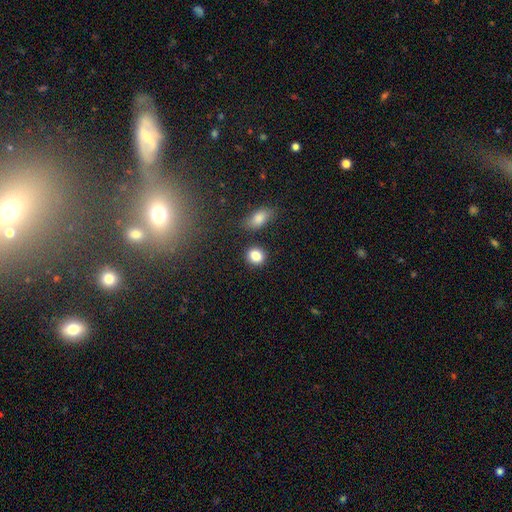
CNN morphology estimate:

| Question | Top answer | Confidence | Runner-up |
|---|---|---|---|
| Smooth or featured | smooth | 85% | star or artifact (9%) |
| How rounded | round | 66% | in between (32%) |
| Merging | none | 81% | minor disturbance (9%) |